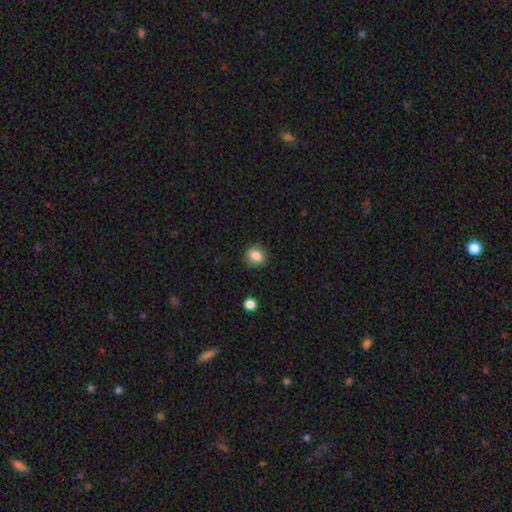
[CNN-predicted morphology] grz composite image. It shows a smooth galaxy with no disk features (84%) that is round (68%). Merging: none (88%).